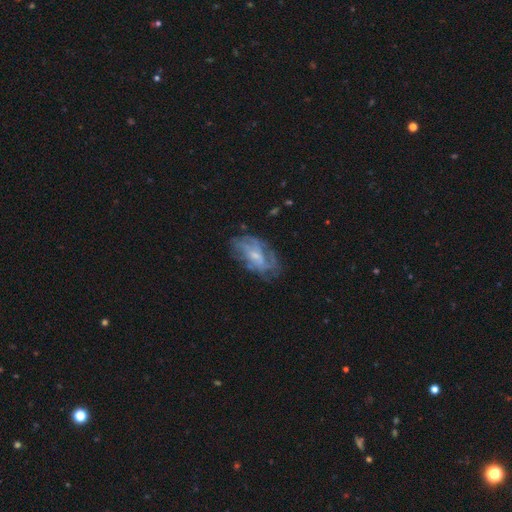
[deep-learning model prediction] Smooth or featured?
  - featured or disk: 68% *
  - smooth: 24%
  - star or artifact: 8%
Edge-on disk?
  - no: 94% *
  - yes: 6%
Bar?
  - no: 56% *
  - weak: 36%
  - strong: 7%
Spiral arms?
  - yes: 64% *
  - no: 36%
Bulge size?
  - small: 54% *
  - moderate: 33%
  - none: 10%
  - large: 3%
  - dominant: 1%
Merging?
  - none: 59% *
  - minor disturbance: 23%
  - major disturbance: 16%
  - merger: 2%